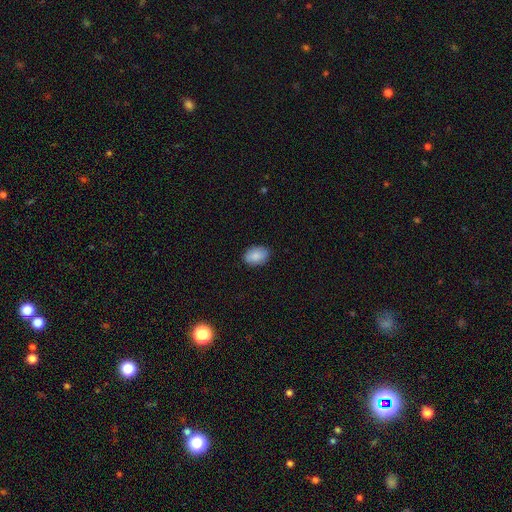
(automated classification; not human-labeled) Overall: smooth (88%). How rounded: in between (84%). Merging: none (87%).